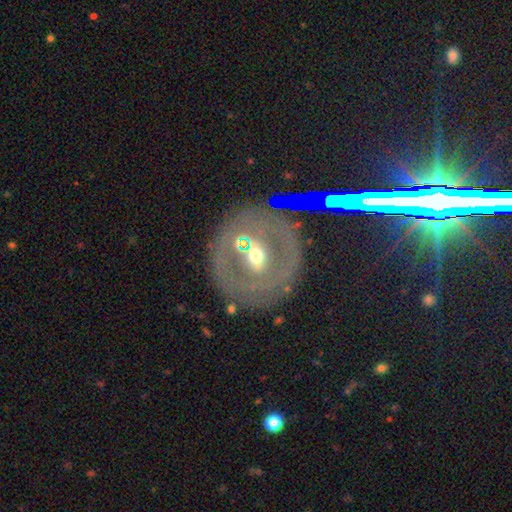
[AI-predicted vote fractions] smooth-or-featured: featured or disk: 63% | smooth: 28% | star or artifact: 9%
  disk-edge-on: no: 92% | yes: 8%
    bar: no: 35% | strong: 34% | weak: 31%
    has-spiral-arms: no: 77% | yes: 23%
    bulge-size: moderate: 65% | small: 24% | large: 8% | dominant: 2% | none: 1%
  merging: none: 75% | minor disturbance: 12% | major disturbance: 8% | merger: 5%